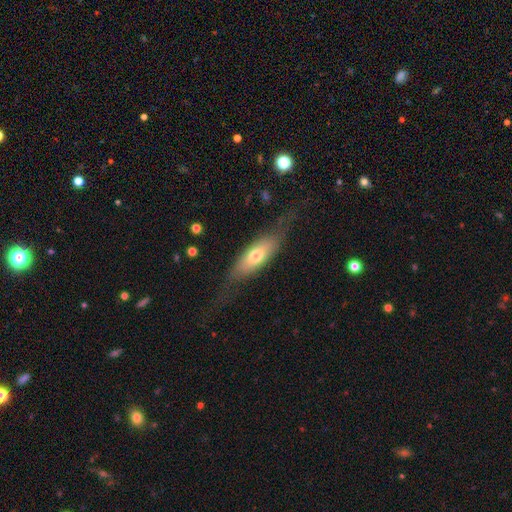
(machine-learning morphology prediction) This is possibly a smooth galaxy (55%). How rounded: possibly in between (59%). Merging: likely none (60%).